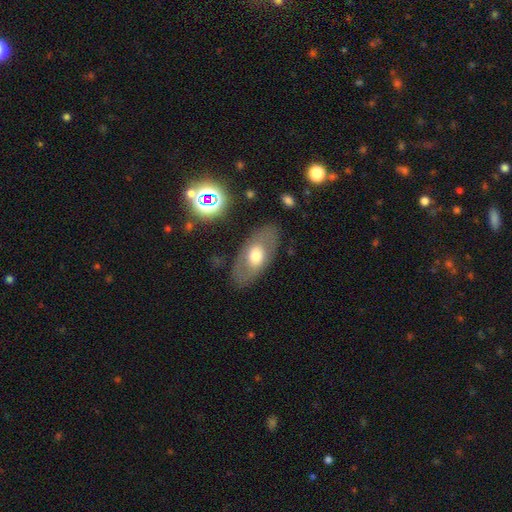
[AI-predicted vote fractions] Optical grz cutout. It shows a smooth galaxy with no disk features (51%) that is in between round and cigar-shaped (91%). Merging: none (81%).